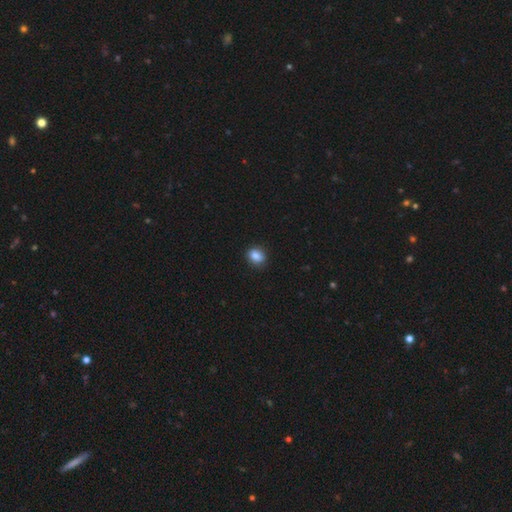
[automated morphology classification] Smooth or featured: smooth — 84% (star or artifact — 9%)
How rounded: round — 49% (tied with in between — 49%)
Merging: none — 85% (minor disturbance — 11%)